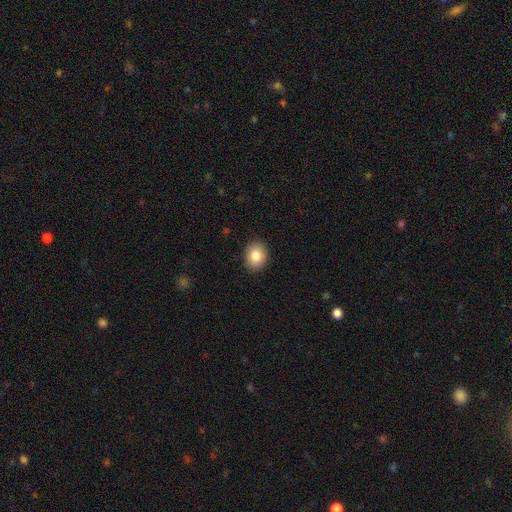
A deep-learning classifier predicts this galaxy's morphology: A smooth galaxy with no disk features (85%) that is in between round and cigar-shaped (54%). Merging: none (90%).